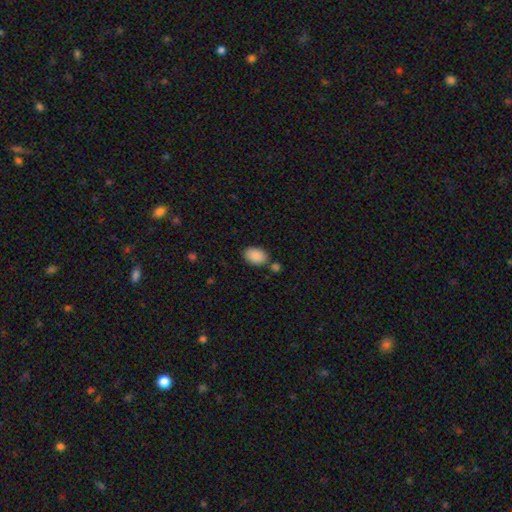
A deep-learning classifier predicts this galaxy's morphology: This appears to be a smooth galaxy with no disk features (90%) that is in between round and cigar-shaped (89%). Merging: none (74%).